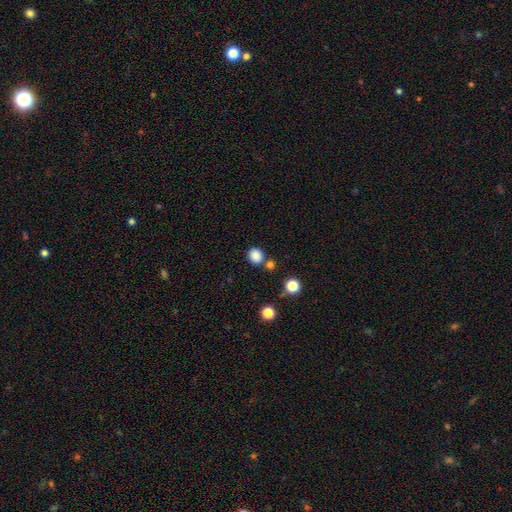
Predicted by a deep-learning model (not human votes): A smooth galaxy with no disk features (85%) that is round (75%).

Vote fractions:
- Smooth or featured? smooth: 85% / star or artifact: 11% / featured or disk: 4%
- How rounded? round: 75% / in between: 24% / cigar-shaped: 1%
- Merging? none: 74% / merger: 13% / minor disturbance: 10% / major disturbance: 3%